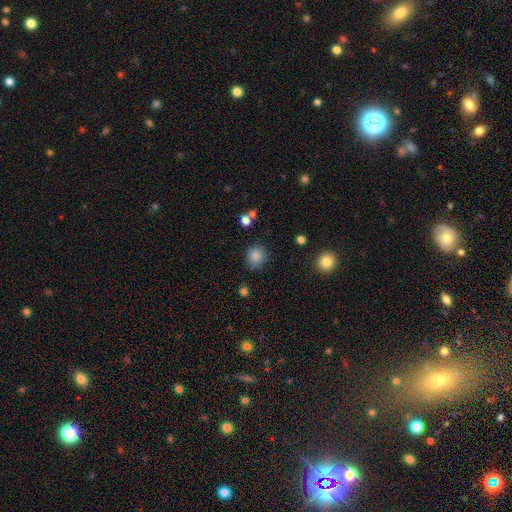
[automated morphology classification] smooth 85%, star or artifact 11%, featured or disk 4%. Down the decision tree: how rounded — round (84%); merging — none (80%).